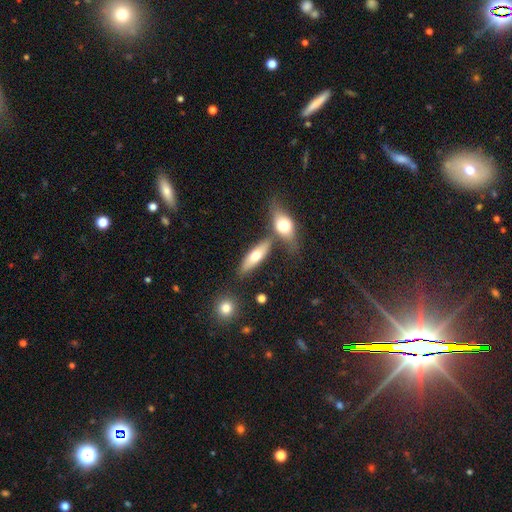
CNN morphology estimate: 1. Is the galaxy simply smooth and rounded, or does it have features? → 63% smooth, 31% featured or disk, 6% star or artifact.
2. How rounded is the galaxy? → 52% in between, 45% cigar-shaped, 3% round.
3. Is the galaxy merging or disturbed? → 59% none, 24% merger, 12% minor disturbance, 4% major disturbance.